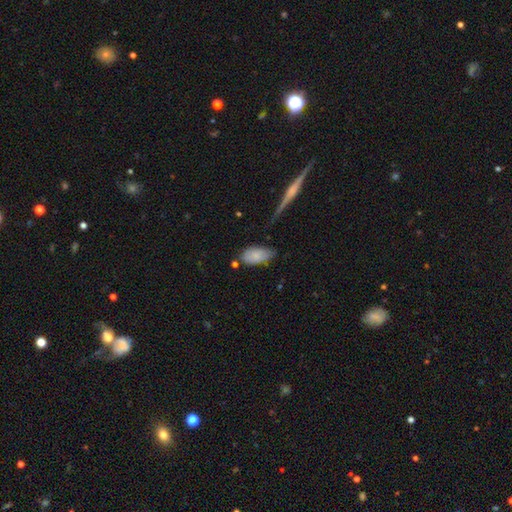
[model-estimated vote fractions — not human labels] A smooth galaxy with no disk features (80%) that is in between round and cigar-shaped (93%).

Vote fractions:
- Smooth or featured? smooth: 80% / featured or disk: 13% / star or artifact: 7%
- How rounded? in between: 93% / cigar-shaped: 4% / round: 3%
- Merging? none: 57% / minor disturbance: 31% / major disturbance: 7% / merger: 5%